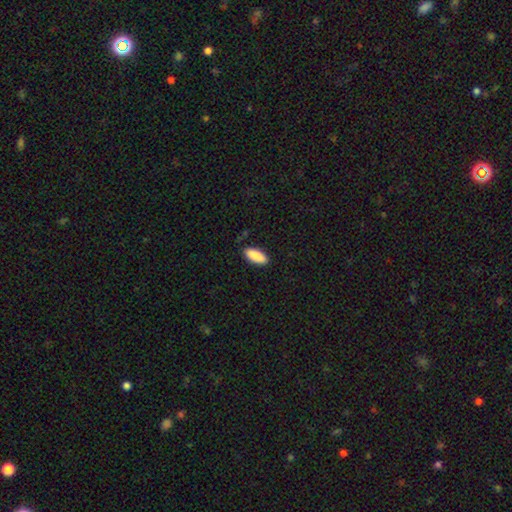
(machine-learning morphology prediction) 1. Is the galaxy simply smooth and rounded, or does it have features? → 90% smooth, 6% star or artifact, 4% featured or disk.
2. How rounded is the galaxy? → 85% in between, 13% cigar-shaped, 2% round.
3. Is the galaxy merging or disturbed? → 88% none, 9% minor disturbance, 2% major disturbance, 1% merger.